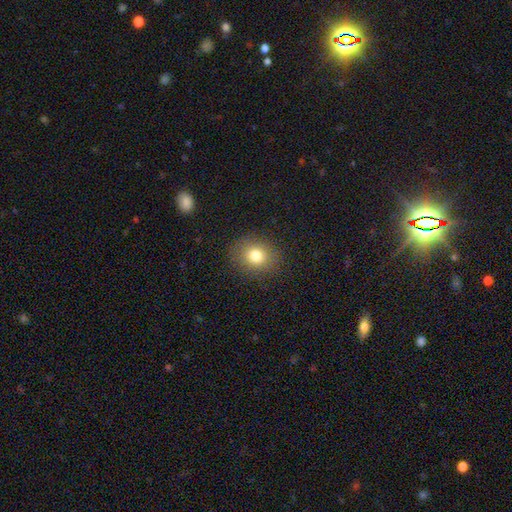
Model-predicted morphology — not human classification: Overall: smooth (79%). How rounded: round (66%; in between 33%). Merging: none (87%).